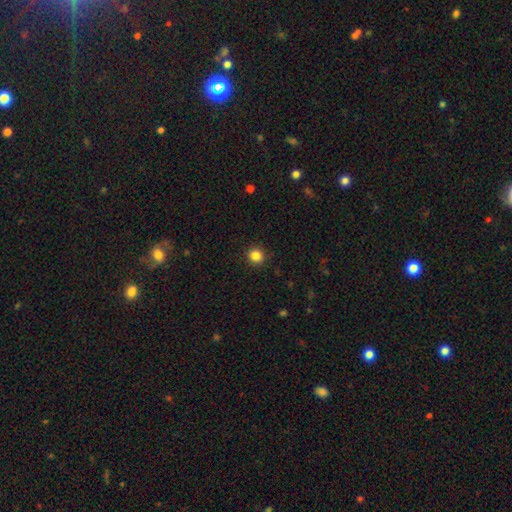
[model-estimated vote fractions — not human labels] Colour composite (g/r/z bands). It shows a smooth galaxy with no disk features (85%) that is round (87%). Merging: none (91%).